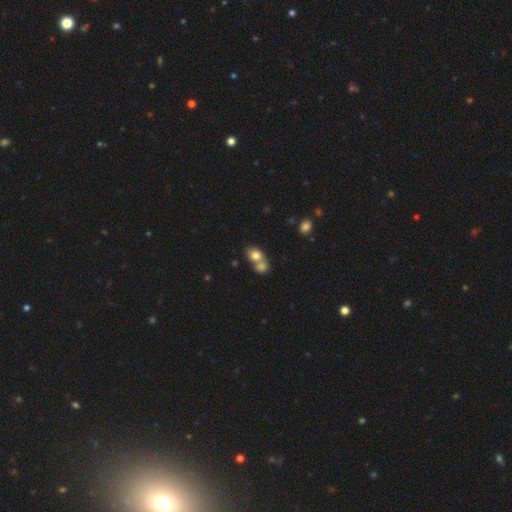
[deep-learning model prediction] This is likely a smooth galaxy (77%). How rounded: possibly in between (58%). Merging: likely merger (63%).